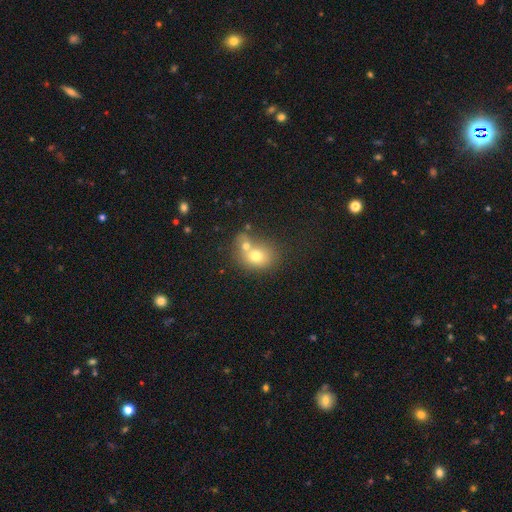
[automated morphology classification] smooth-or-featured: smooth: 70% | featured or disk: 19% | star or artifact: 11%
  how-rounded: round: 56% | in between: 43% | cigar-shaped: 1%
  merging: merger: 59% | none: 27% | minor disturbance: 9% | major disturbance: 4%